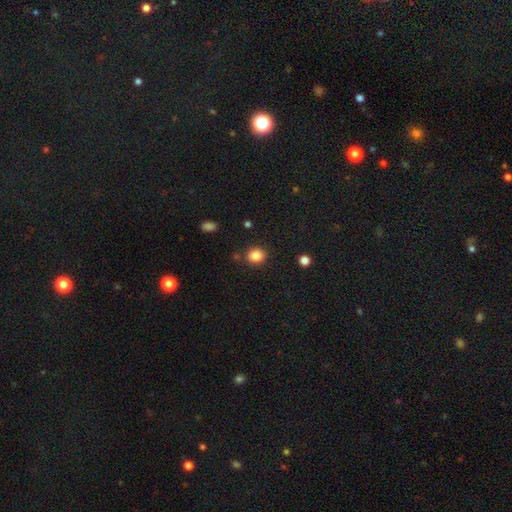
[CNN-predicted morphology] Smooth or featured: smooth — 85% (star or artifact — 10%)
How rounded: round — 75% (in between — 24%)
Merging: none — 83% (minor disturbance — 10%)